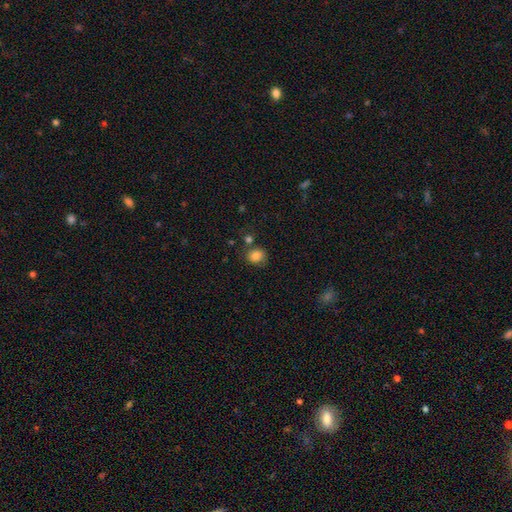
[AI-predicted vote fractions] smooth_or_featured: smooth (p=0.83) [alt: star or artifact p=0.11]
how_rounded: round (p=0.73) [alt: in between p=0.26]
merging: none (p=0.70) [alt: minor disturbance p=0.16]